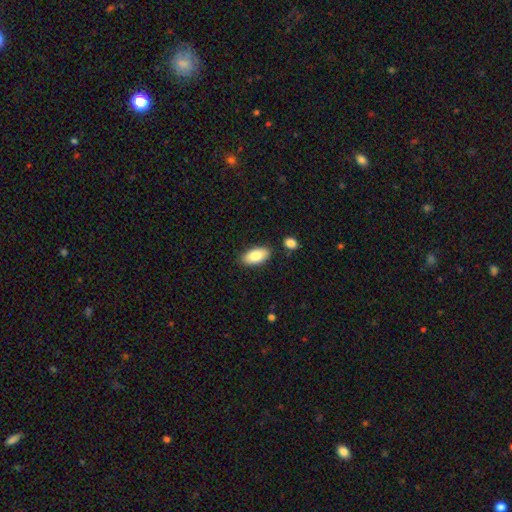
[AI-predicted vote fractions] smooth-or-featured: smooth: 83% | featured or disk: 11% | star or artifact: 6%
  how-rounded: in between: 93% | cigar-shaped: 4% | round: 3%
  merging: none: 84% | minor disturbance: 10% | merger: 4% | major disturbance: 2%